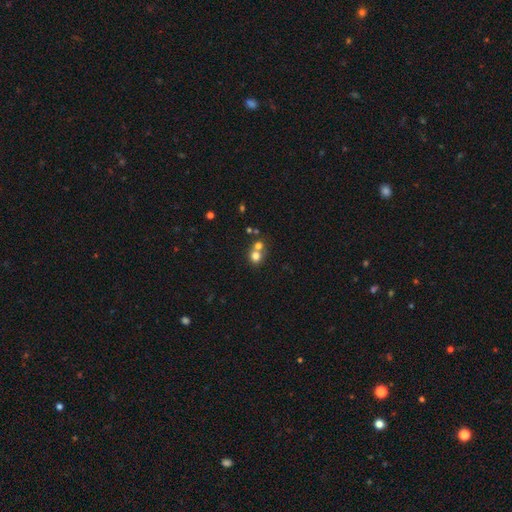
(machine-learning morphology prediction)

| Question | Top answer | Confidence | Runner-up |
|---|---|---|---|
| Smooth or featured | smooth | 73% | star or artifact (14%) |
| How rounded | round | 82% | in between (17%) |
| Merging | merger | 52% | none (40%) |